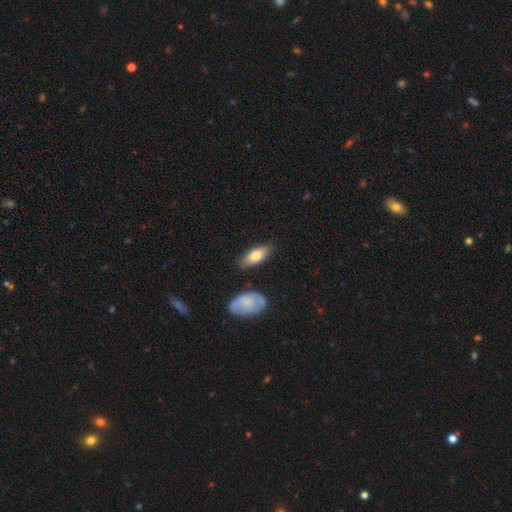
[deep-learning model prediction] Smooth or featured?
  - smooth: 74% *
  - featured or disk: 20%
  - star or artifact: 6%
How rounded?
  - in between: 81% *
  - cigar-shaped: 16%
  - round: 2%
Merging?
  - none: 79% *
  - minor disturbance: 14%
  - merger: 4%
  - major disturbance: 3%